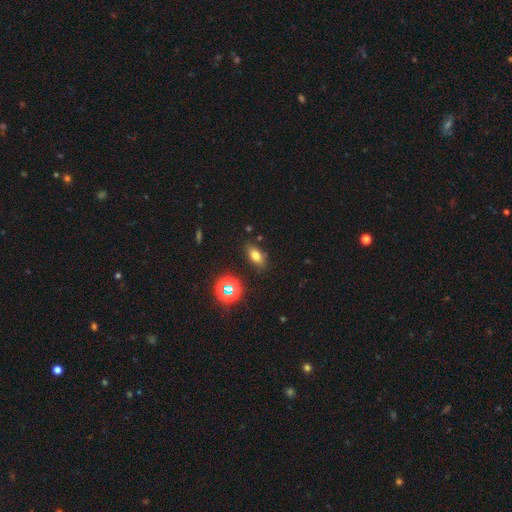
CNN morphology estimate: Overall: smooth (72%). How rounded: in between (82%). Merging: none (83%).